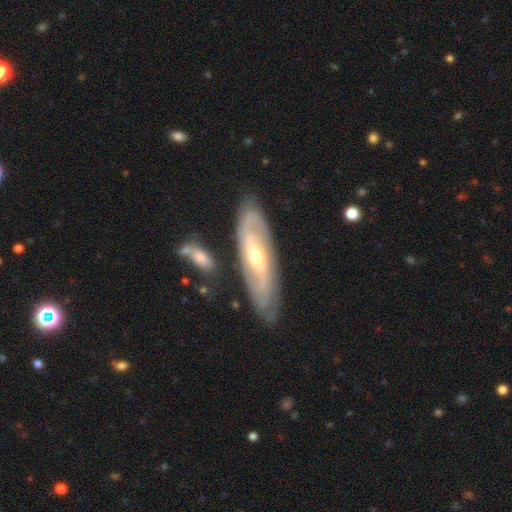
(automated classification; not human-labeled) This is clearly a featured or disk galaxy (82%). It is likely not viewed edge-on (79%). Bar: possibly no (48%). Spiral arm pattern: clearly yes (91%). Spiral arm count: possibly 2 (55%). Spiral winding: possibly tight (51%). Central bulge: possibly small (51%). Merging: likely none (80%).